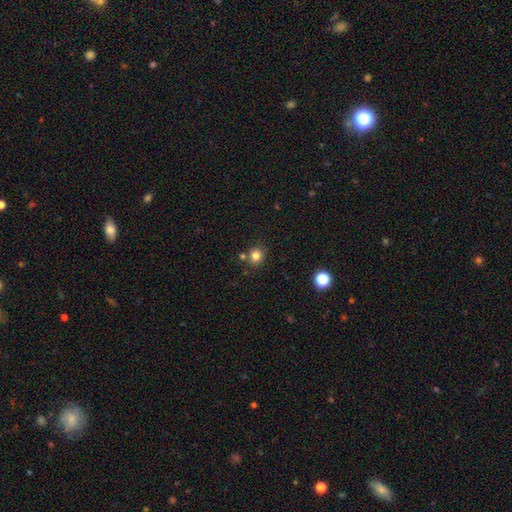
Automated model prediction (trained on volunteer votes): Smooth or featured?
  - smooth: 81% *
  - star or artifact: 13%
  - featured or disk: 6%
How rounded?
  - round: 81% *
  - in between: 18%
  - cigar-shaped: 1%
Merging?
  - none: 77% *
  - merger: 10%
  - minor disturbance: 10%
  - major disturbance: 3%